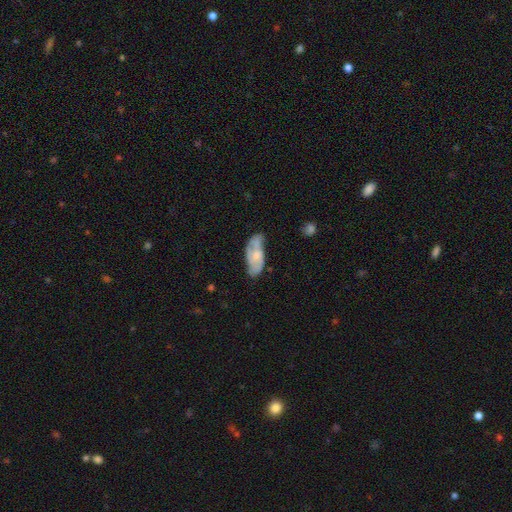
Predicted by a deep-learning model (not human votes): Smooth or featured? Predicted: featured or disk (p=0.51). Edge-on disk? Predicted: no (p=0.90). Merging? Predicted: none (p=0.53).